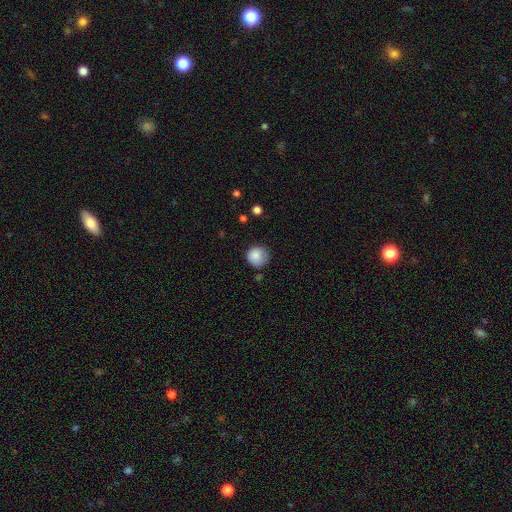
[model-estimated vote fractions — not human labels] Smooth or featured? smooth (85%)
How rounded? round (92%)
Merging? none (74%)